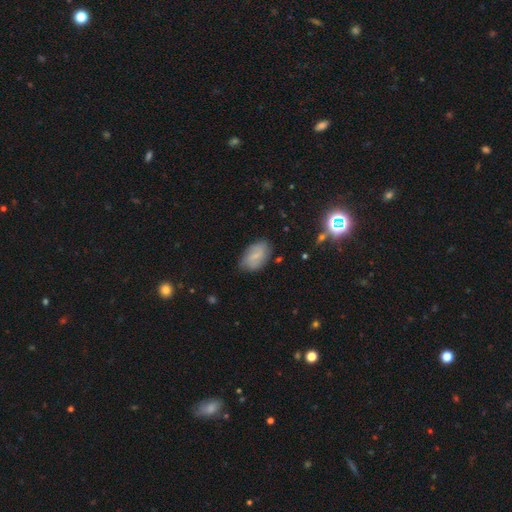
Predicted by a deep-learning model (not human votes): A smooth galaxy with no disk features (55%) that is in between round and cigar-shaped (90%).

Vote fractions:
- Smooth or featured? smooth: 55% / featured or disk: 36% / star or artifact: 10%
- How rounded? in between: 90% / round: 8% / cigar-shaped: 2%
- Merging? none: 76% / minor disturbance: 18% / major disturbance: 4% / merger: 2%